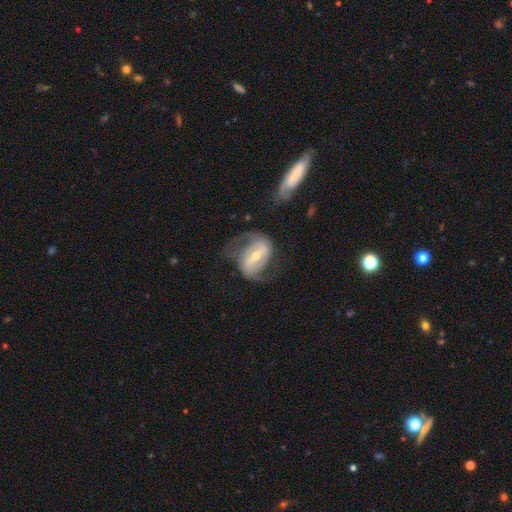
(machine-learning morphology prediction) Smooth or featured?
  - featured or disk: 85% *
  - smooth: 10%
  - star or artifact: 5%
Edge-on disk?
  - no: 96% *
  - yes: 4%
Bar?
  - strong: 60% *
  - weak: 29%
  - no: 11%
Spiral arms?
  - yes: 90% *
  - no: 10%
Spiral winding?
  - medium: 48% *
  - loose: 34%
  - tight: 18%
Spiral arm count?
  - 2: 89% *
  - can't tell: 5%
  - 1: 2%
  - 3: 1%
  - 4: 1%
  - more than 4: 1%
Bulge size?
  - moderate: 55% *
  - small: 40%
  - large: 3%
  - none: 1%
  - dominant: 1%
Merging?
  - none: 66% *
  - major disturbance: 16%
  - minor disturbance: 16%
  - merger: 2%